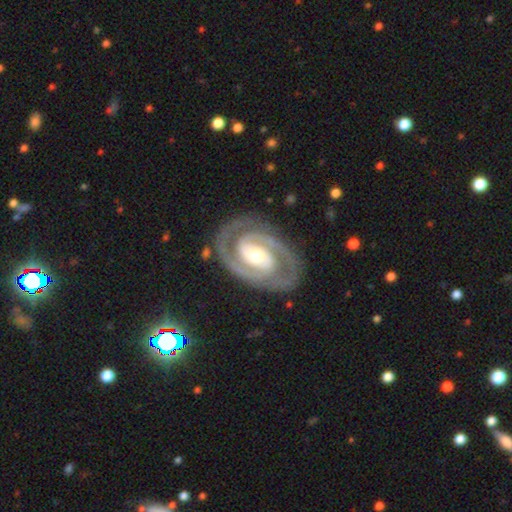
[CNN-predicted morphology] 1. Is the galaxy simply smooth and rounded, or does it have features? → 91% featured or disk, 5% smooth, 4% star or artifact.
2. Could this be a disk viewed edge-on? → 97% no, 3% yes.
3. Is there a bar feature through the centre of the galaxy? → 41% no, 32% weak, 28% strong.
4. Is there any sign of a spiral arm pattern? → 97% yes, 3% no.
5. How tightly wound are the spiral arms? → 65% tight, 30% medium, 4% loose.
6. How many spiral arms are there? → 89% 2, 4% 3, 4% can't tell, 2% 1, 1% 4, 1% more than 4.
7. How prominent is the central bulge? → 64% moderate, 27% small, 7% large, 1% dominant, 1% none.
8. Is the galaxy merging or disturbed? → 84% none, 11% minor disturbance, 4% major disturbance, 1% merger.